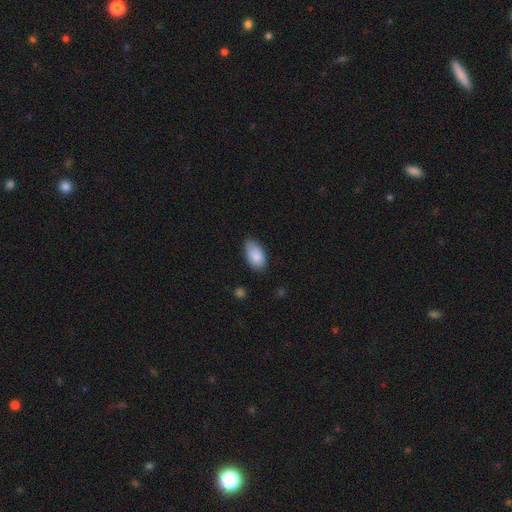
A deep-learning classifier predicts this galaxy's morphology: Smooth or featured?
  - smooth: 87% *
  - star or artifact: 6%
  - featured or disk: 6%
How rounded?
  - in between: 94% *
  - round: 3%
  - cigar-shaped: 2%
Merging?
  - none: 74% *
  - minor disturbance: 21%
  - major disturbance: 3%
  - merger: 1%